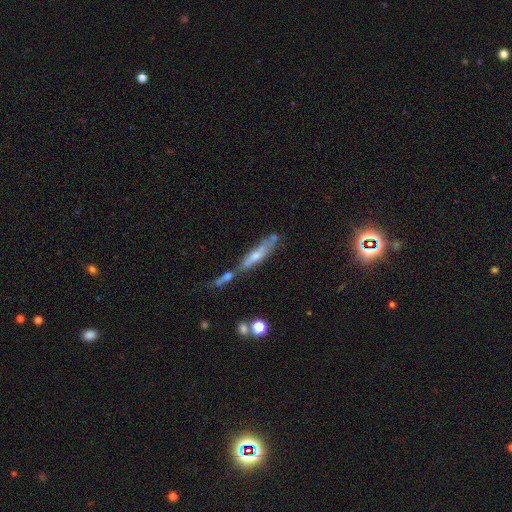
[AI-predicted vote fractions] Q: Smooth or featured?
A: featured or disk (52%); runner-up: smooth (38%)
Q: Edge-on disk?
A: yes (59%); runner-up: no (41%)
Q: Merging?
A: merger (41%); runner-up: none (30%)